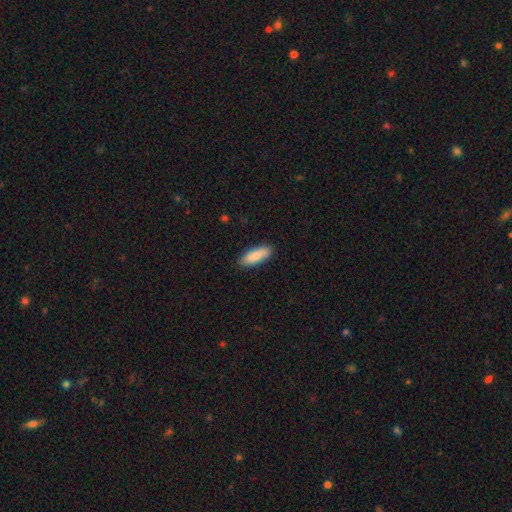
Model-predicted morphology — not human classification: type=smooth (89%); roundness=in between (68%); merging=none (89%).